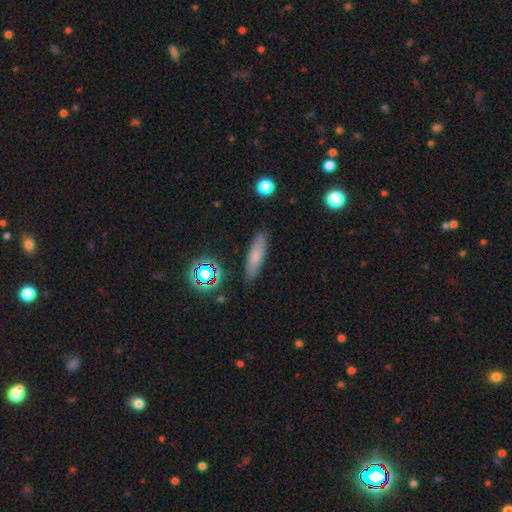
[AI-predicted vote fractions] The model was most divided on "how rounded": cigar-shaped: 64%, in between: 33%, round: 3%. More confident: merging — none (85%); smooth or featured — smooth (69%).